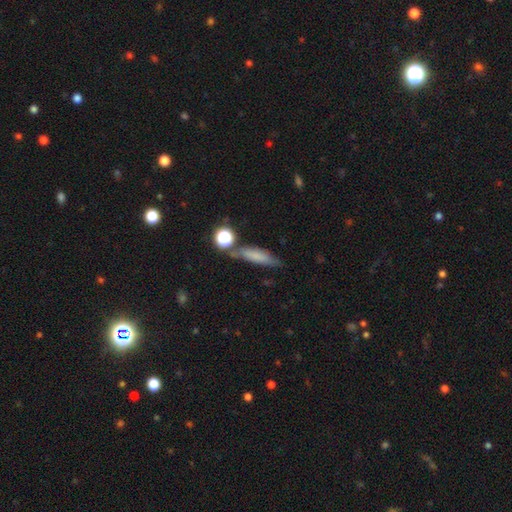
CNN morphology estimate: Overall: smooth (69%). How rounded: cigar-shaped (65%; in between 29%). Merging: none (64%).